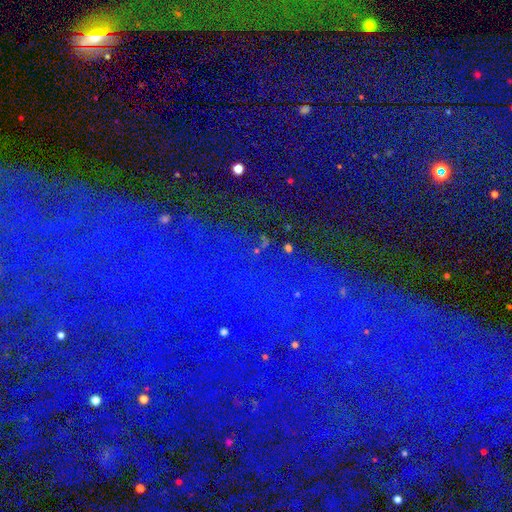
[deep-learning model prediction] Overall: star or artifact (86%).